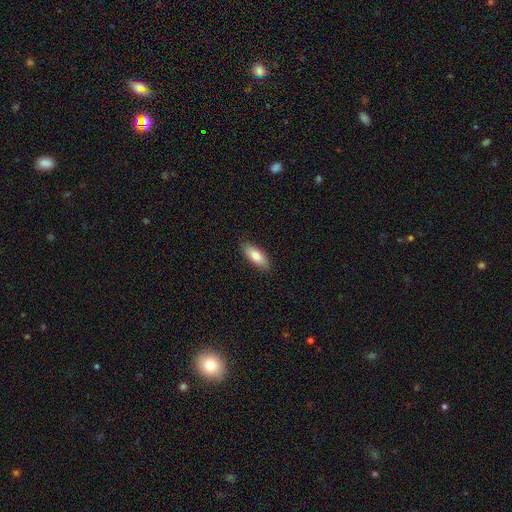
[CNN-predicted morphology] Smooth or featured? Predicted: smooth (p=0.83). How rounded? Predicted: in between (p=0.75). Merging? Predicted: none (p=0.87).